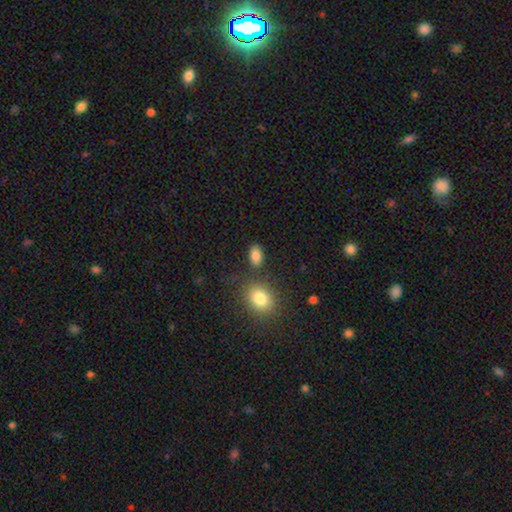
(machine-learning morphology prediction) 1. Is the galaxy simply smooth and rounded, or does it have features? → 85% smooth, 10% star or artifact, 5% featured or disk.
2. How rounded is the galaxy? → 86% in between, 11% round, 2% cigar-shaped.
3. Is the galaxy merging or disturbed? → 76% none, 13% minor disturbance, 7% merger, 4% major disturbance.